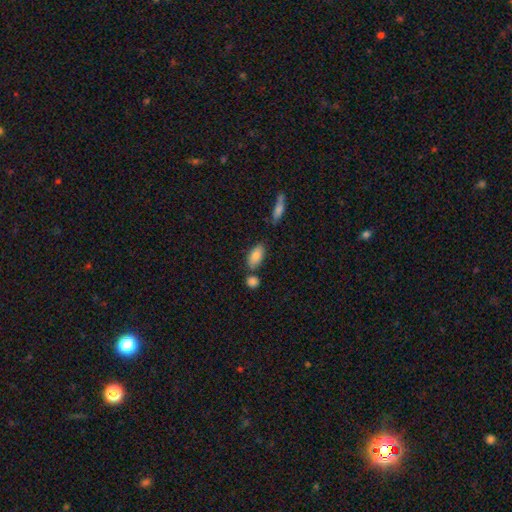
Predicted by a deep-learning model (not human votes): smooth-or-featured: smooth: 83% | featured or disk: 10% | star or artifact: 7%
  how-rounded: in between: 88% | cigar-shaped: 9% | round: 3%
  merging: none: 66% | merger: 16% | minor disturbance: 14% | major disturbance: 4%